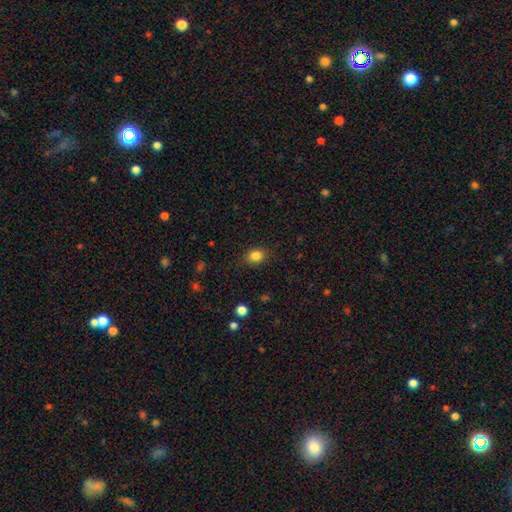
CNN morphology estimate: This is clearly a smooth galaxy (84%). How rounded: possibly round (57%). Merging: clearly none (84%).